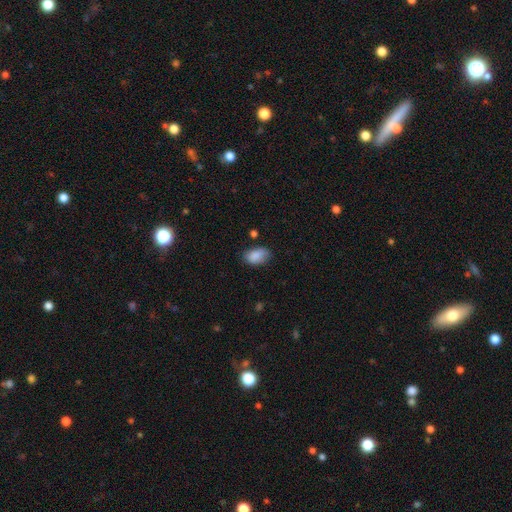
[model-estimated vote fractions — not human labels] smooth 87%, star or artifact 7%, featured or disk 6%. Down the decision tree: how rounded — in between (91%); merging — none (72%).